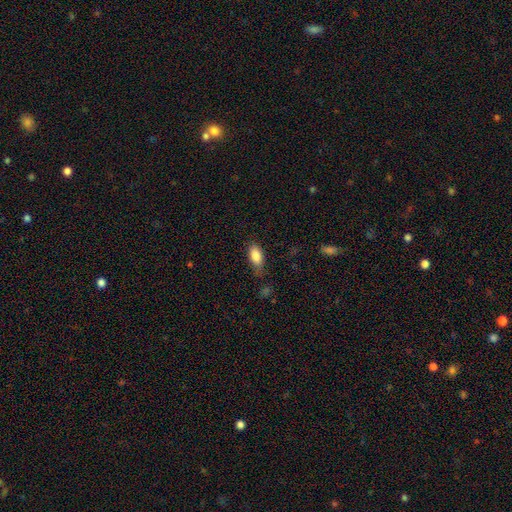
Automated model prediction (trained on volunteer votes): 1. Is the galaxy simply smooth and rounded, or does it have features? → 85% smooth, 8% featured or disk, 7% star or artifact.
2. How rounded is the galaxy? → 87% in between, 9% cigar-shaped, 3% round.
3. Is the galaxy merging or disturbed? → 68% none, 24% minor disturbance, 6% major disturbance, 2% merger.